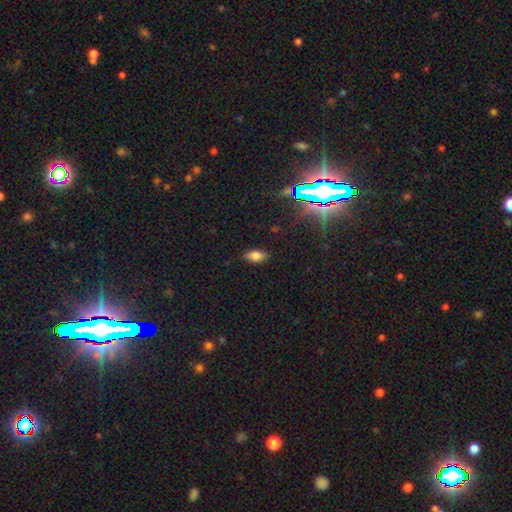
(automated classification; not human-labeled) Smooth or featured: smooth — 73% (featured or disk — 14%)
How rounded: in between — 86% (cigar-shaped — 8%)
Merging: none — 86% (minor disturbance — 11%)